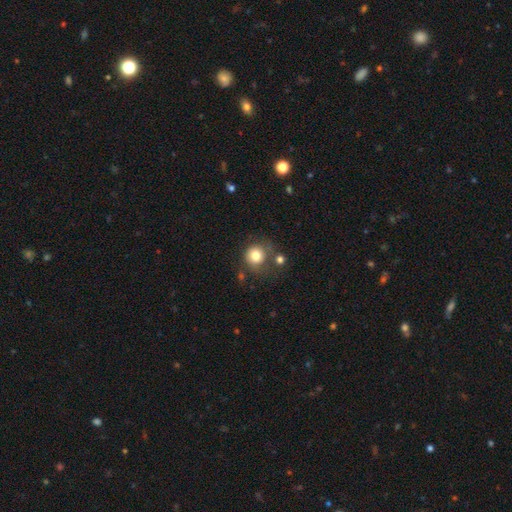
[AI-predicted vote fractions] A smooth galaxy with no disk features (79%) that is round (89%).

Vote fractions:
- Smooth or featured? smooth: 79% / featured or disk: 11% / star or artifact: 10%
- How rounded? round: 89% / in between: 10% / cigar-shaped: 1%
- Merging? none: 62% / minor disturbance: 18% / merger: 11% / major disturbance: 9%